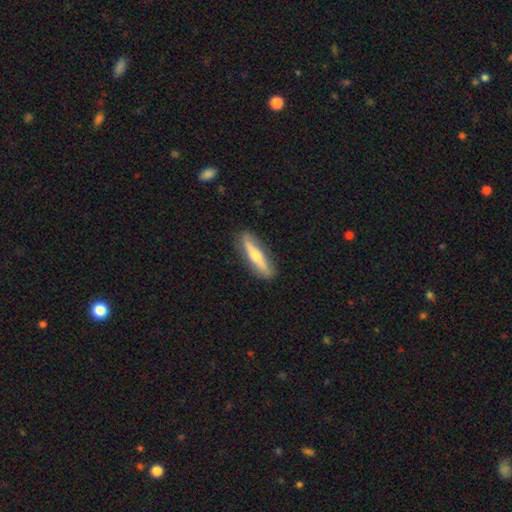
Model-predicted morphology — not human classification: smooth_or_featured: featured or disk (p=0.53) [alt: smooth p=0.42]
disk_edge_on: yes (p=0.84) [alt: no p=0.16]
merging: none (p=0.86) [alt: minor disturbance p=0.10]